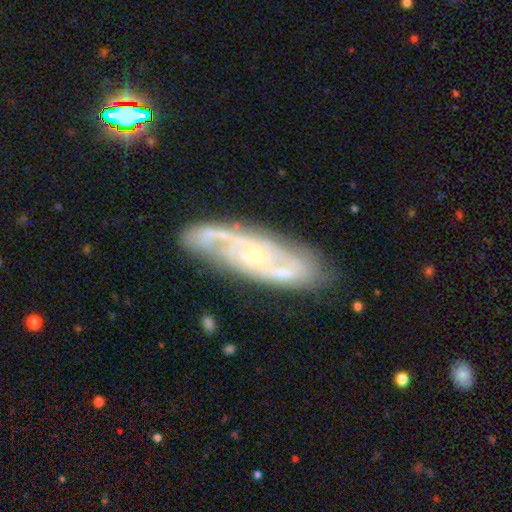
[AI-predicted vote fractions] Smooth or featured? featured or disk (83%)
Edge-on disk? no (87%)
Bar? no (68%)
Spiral arms? yes (93%)
Spiral winding? tight (56%)
Spiral arm count? 2 (38%)
Bulge size? small (75%)
Merging? none (74%)